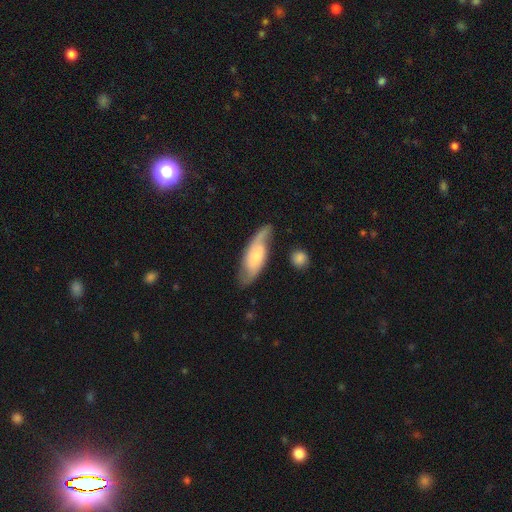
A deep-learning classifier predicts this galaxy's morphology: The model was most divided on "bulge size": small: 50%, moderate: 34%, large: 7%, none: 6%, dominant: 2%. More confident: spiral arms — yes (89%); edge-on disk — no (84%); merging — none (64%); smooth or featured — featured or disk (60%); bar — no (59%).